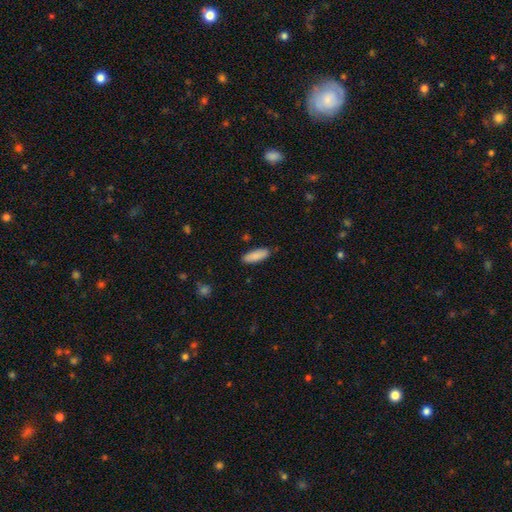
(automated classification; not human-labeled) This is clearly a smooth galaxy (87%). How rounded: possibly in between (60%). Merging: clearly none (87%).